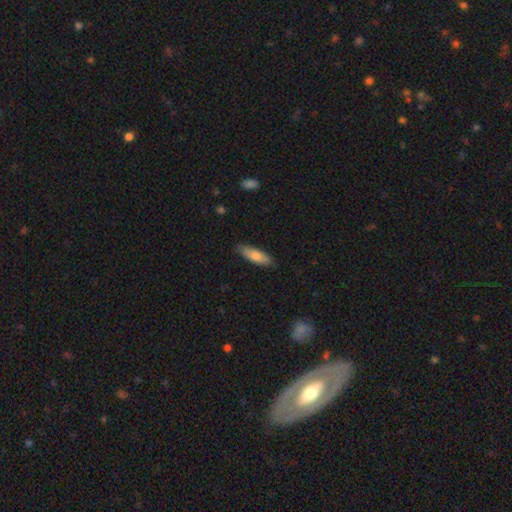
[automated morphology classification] type=smooth (73%); roundness=cigar-shaped (53%); merging=none (85%).